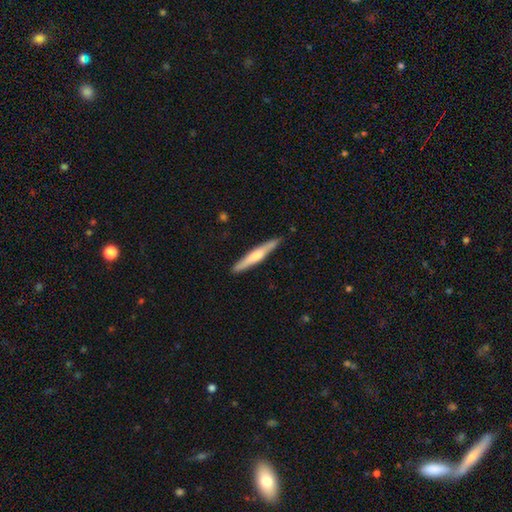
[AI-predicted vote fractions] A featured or disk galaxy (53%) viewed edge-on (96%) with a rounded central bulge (63%).

Vote fractions:
- Smooth or featured? featured or disk: 53% / smooth: 41% / star or artifact: 6%
- Edge-on disk? yes: 96% / no: 4%
- Edge-on bulge? rounded: 63% / none: 20% / boxy: 17%
- Merging? none: 89% / minor disturbance: 9% / major disturbance: 1% / merger: 1%